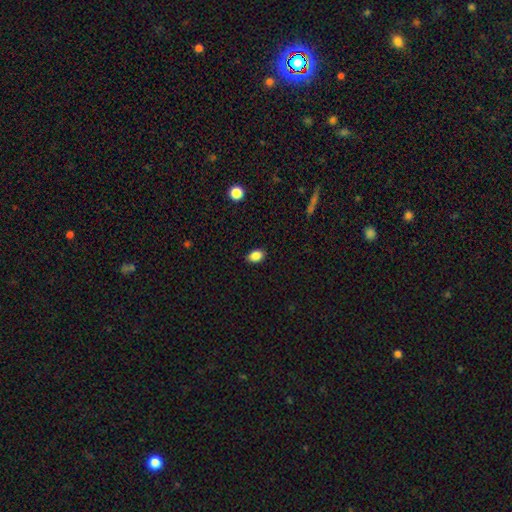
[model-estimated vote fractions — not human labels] Smooth or featured? Predicted: smooth (p=0.86). How rounded? Predicted: in between (p=0.78). Merging? Predicted: none (p=0.88).